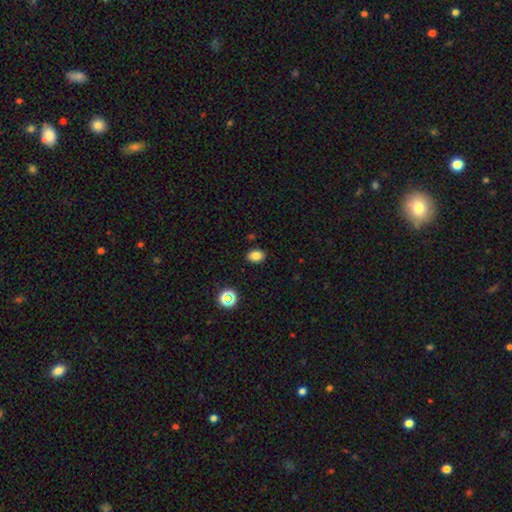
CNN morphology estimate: smooth_or_featured: smooth (p=0.82) [alt: star or artifact p=0.12]
how_rounded: in between (p=0.72) [alt: round p=0.27]
merging: none (p=0.88) [alt: minor disturbance p=0.08]